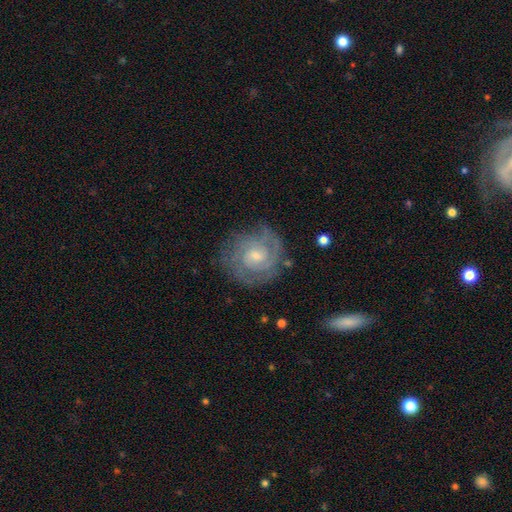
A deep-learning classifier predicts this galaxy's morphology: Smooth or featured? Predicted: featured or disk (p=0.82). Edge-on disk? Predicted: no (p=0.98). Bar? Predicted: no (p=0.59). Spiral arms? Predicted: yes (p=0.94). Spiral winding? Predicted: tight (p=0.68). Spiral arm count? Predicted: 2 (p=0.33). Bulge size? Predicted: small (p=0.62). Merging? Predicted: none (p=0.76).